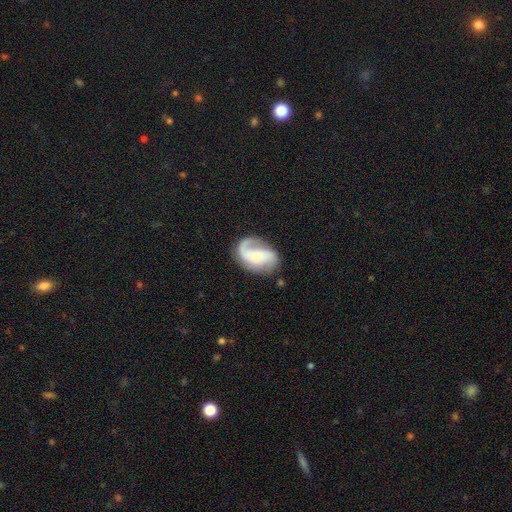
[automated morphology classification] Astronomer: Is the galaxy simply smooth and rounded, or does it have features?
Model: featured or disk — 76%.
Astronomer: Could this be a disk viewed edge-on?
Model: no — 98%.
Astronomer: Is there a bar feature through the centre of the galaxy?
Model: no — 51% (runner-up: weak, 35%).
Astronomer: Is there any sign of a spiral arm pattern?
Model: yes — 94%.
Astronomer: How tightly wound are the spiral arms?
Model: loose — 42% (runner-up: medium, 39%).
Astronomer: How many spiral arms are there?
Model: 2 — 58% (runner-up: 1, 35%).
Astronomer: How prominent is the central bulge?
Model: small — 38% (runner-up: none, 28%).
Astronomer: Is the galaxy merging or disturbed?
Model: none — 59%.